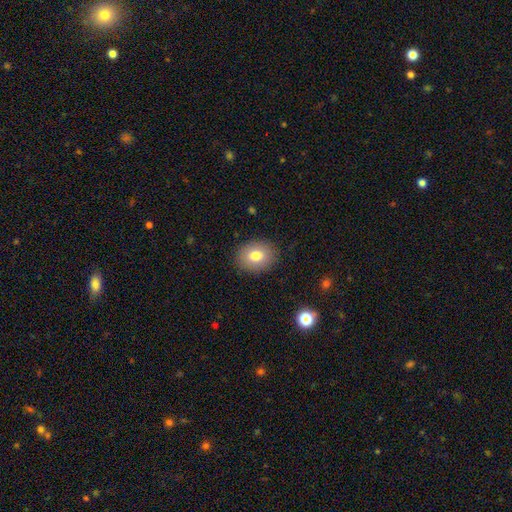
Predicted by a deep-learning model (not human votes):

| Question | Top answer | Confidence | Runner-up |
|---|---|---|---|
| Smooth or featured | smooth | 78% | featured or disk (13%) |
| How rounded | in between | 59% | round (40%) |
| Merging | none | 87% | minor disturbance (9%) |